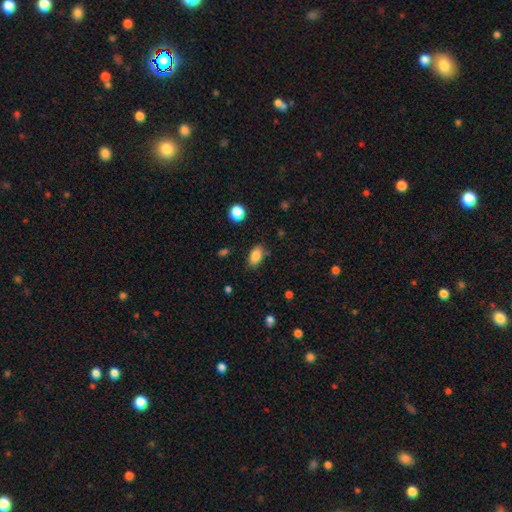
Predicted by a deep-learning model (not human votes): smooth-or-featured: smooth: 86% | star or artifact: 9% | featured or disk: 5%
  how-rounded: in between: 90% | round: 6% | cigar-shaped: 3%
  merging: none: 82% | minor disturbance: 13% | major disturbance: 3% | merger: 2%